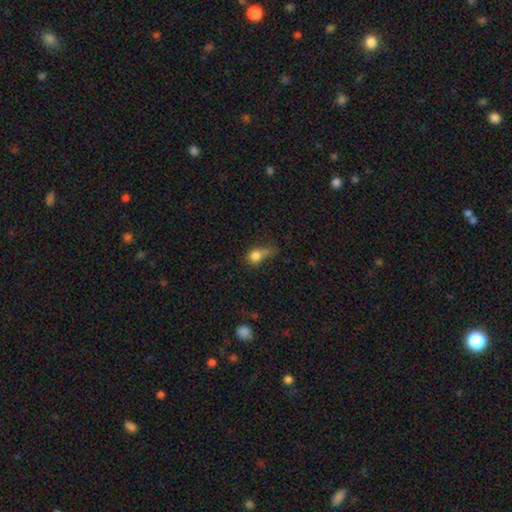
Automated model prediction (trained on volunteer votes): This is likely a smooth galaxy (79%). How rounded: likely round (69%). Merging: marginally none (34%).